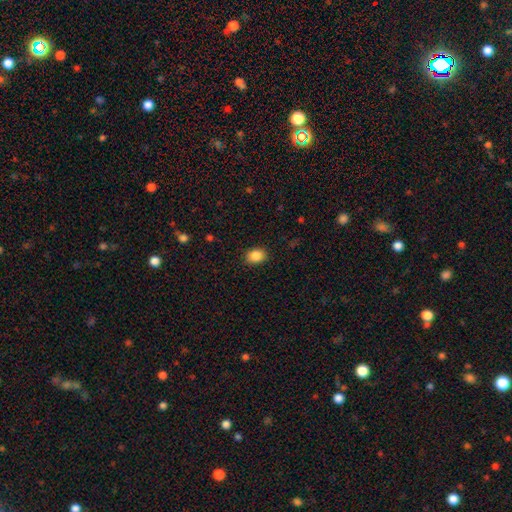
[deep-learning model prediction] A smooth galaxy with no disk features (87%) that is in between round and cigar-shaped (65%). Merging: none (87%).